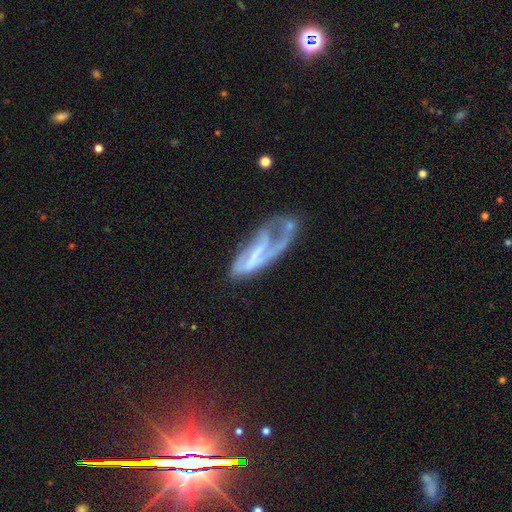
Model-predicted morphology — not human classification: Overall: featured or disk (69%). Edge-on disk: no (85%). Bar: no (45%; weak 28%). Spiral arms: yes (67%; no 33%). Bulge size: none (54%; small 28%). Merging: major disturbance (39%; none 31%).